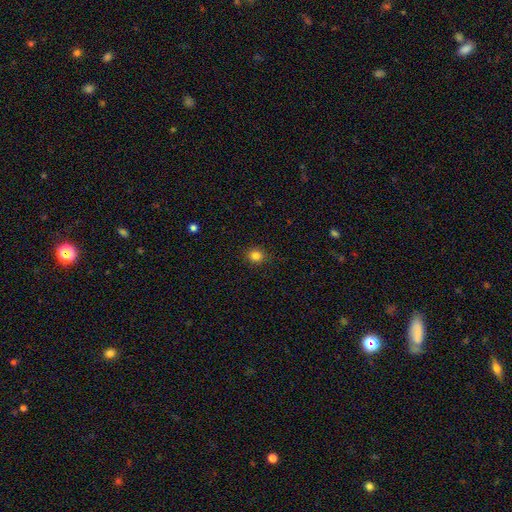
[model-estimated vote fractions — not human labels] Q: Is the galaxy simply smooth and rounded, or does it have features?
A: smooth — 83%.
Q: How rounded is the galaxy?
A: round — 85%.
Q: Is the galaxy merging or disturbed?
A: none — 90%.